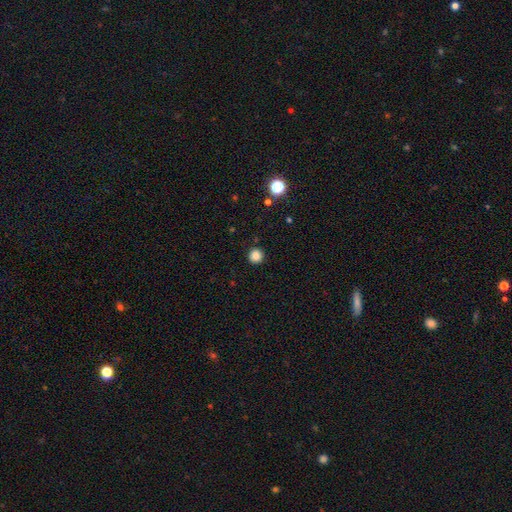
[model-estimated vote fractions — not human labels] This is clearly a smooth galaxy (84%). How rounded: clearly round (95%). Merging: clearly none (92%).